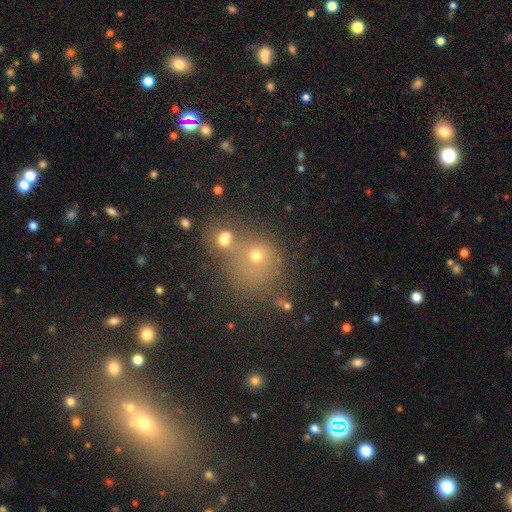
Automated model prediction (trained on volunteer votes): Smooth or featured?
  - smooth: 54% *
  - star or artifact: 35%
  - featured or disk: 11%
How rounded?
  - round: 83% *
  - in between: 16%
  - cigar-shaped: 1%
Merging?
  - none: 61% *
  - merger: 24%
  - minor disturbance: 10%
  - major disturbance: 5%